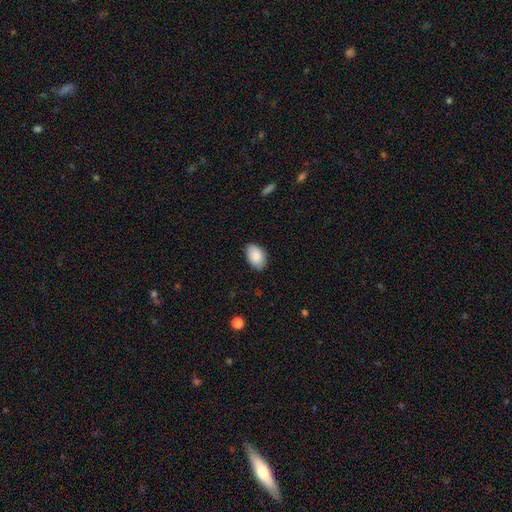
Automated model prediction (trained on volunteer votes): smooth_or_featured: smooth (p=0.88) [alt: star or artifact p=0.06]
how_rounded: in between (p=0.90) [alt: round p=0.09]
merging: none (p=0.80) [alt: minor disturbance p=0.17]